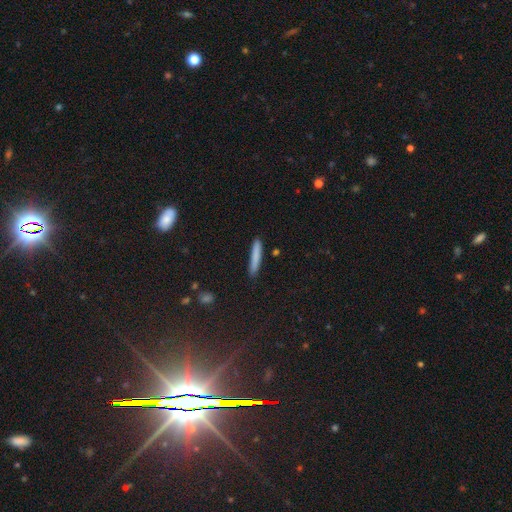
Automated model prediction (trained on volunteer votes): The model was most divided on "smooth or featured": smooth: 81%, featured or disk: 13%, star or artifact: 7%. More confident: how rounded — cigar-shaped (94%); merging — none (86%).